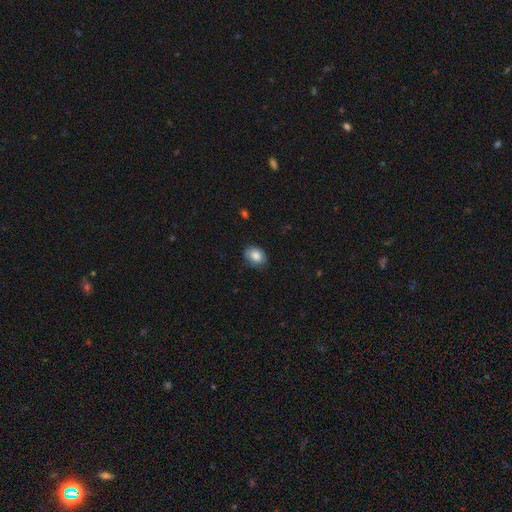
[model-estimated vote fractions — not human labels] Smooth or featured?
  - smooth: 85% *
  - star or artifact: 8%
  - featured or disk: 7%
How rounded?
  - in between: 68% *
  - round: 31%
  - cigar-shaped: 1%
Merging?
  - none: 76% *
  - minor disturbance: 19%
  - major disturbance: 4%
  - merger: 1%